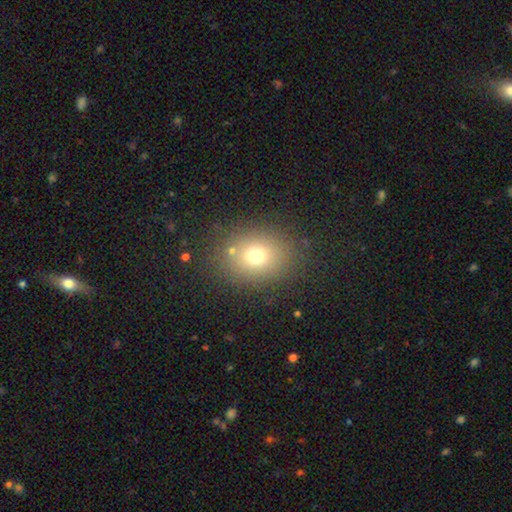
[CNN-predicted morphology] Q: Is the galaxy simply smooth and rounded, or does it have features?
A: smooth — 73%.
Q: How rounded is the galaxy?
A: round — 55%.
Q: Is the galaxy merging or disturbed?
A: none — 83%.